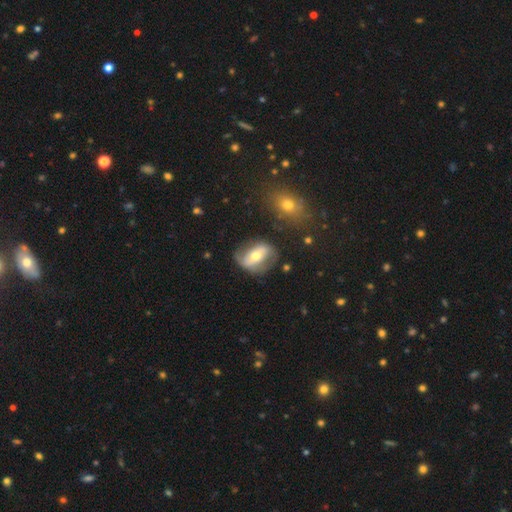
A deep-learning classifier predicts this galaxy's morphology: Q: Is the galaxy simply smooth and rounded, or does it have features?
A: featured or disk — 64%.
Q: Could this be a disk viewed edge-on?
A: no — 92%.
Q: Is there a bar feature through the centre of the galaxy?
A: strong — 45%.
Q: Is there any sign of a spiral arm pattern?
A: yes — 63%.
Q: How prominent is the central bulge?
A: moderate — 67%.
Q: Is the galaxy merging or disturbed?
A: none — 65%.